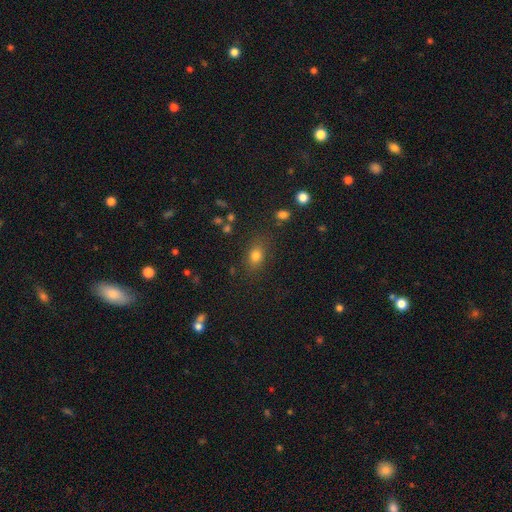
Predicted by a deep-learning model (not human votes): Q: Smooth or featured?
A: smooth (77%); runner-up: star or artifact (14%)
Q: How rounded?
A: in between (63%); runner-up: round (35%)
Q: Merging?
A: none (78%); runner-up: minor disturbance (14%)